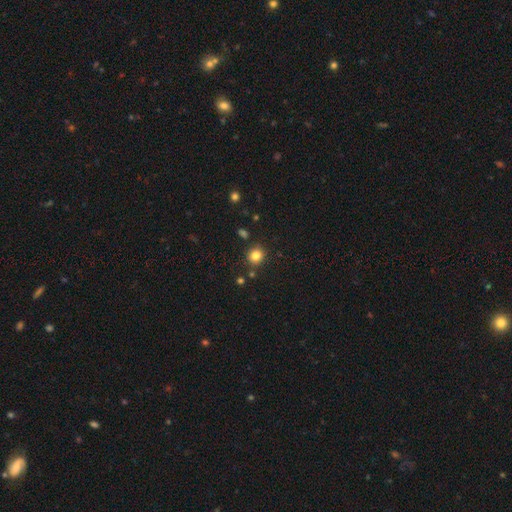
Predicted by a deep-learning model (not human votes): Smooth or featured? smooth (83%)
How rounded? round (83%)
Merging? none (84%)